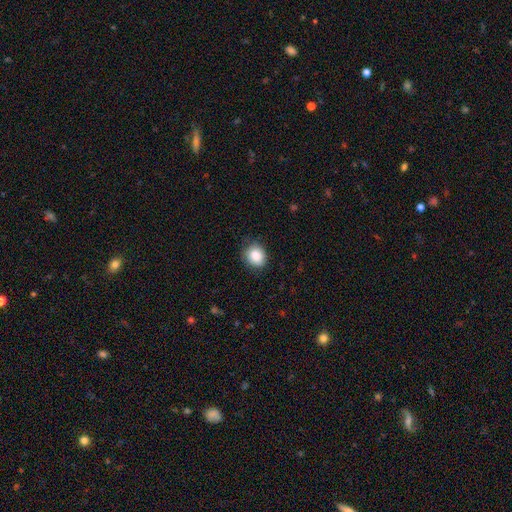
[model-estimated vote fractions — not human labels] Smooth or featured?
  - smooth: 86% *
  - star or artifact: 8%
  - featured or disk: 6%
How rounded?
  - round: 69% *
  - in between: 30%
  - cigar-shaped: 1%
Merging?
  - none: 77% *
  - minor disturbance: 18%
  - major disturbance: 4%
  - merger: 1%